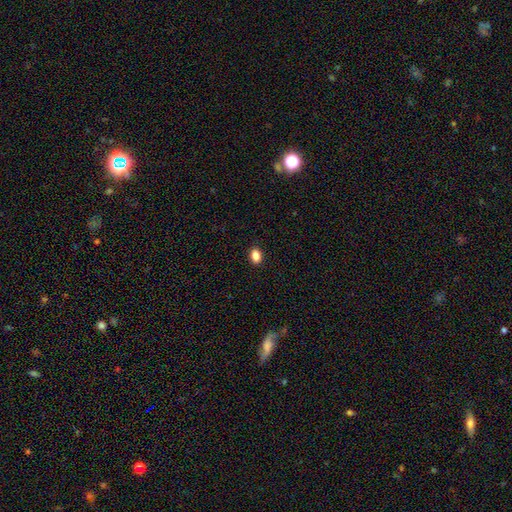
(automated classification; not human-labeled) Q: Smooth or featured?
A: smooth (86%); runner-up: star or artifact (10%)
Q: How rounded?
A: in between (81%); runner-up: round (17%)
Q: Merging?
A: none (90%); runner-up: minor disturbance (7%)